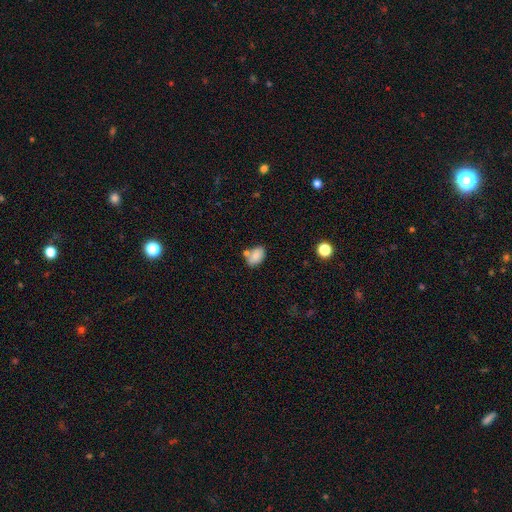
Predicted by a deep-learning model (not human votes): A smooth galaxy with no disk features (81%) that is in between round and cigar-shaped (87%).

Vote fractions:
- Smooth or featured? smooth: 81% / featured or disk: 11% / star or artifact: 8%
- How rounded? in between: 87% / round: 11% / cigar-shaped: 2%
- Merging? none: 57% / merger: 21% / minor disturbance: 18% / major disturbance: 5%